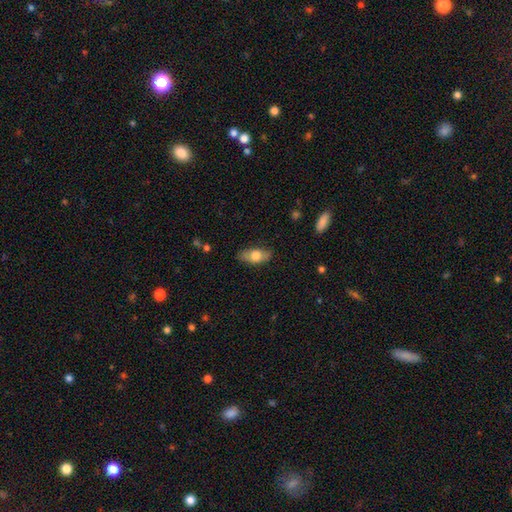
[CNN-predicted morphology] A smooth galaxy with no disk features (71%) that is in between round and cigar-shaped (85%).

Vote fractions:
- Smooth or featured? smooth: 71% / featured or disk: 22% / star or artifact: 6%
- How rounded? in between: 85% / cigar-shaped: 11% / round: 4%
- Merging? none: 81% / minor disturbance: 15% / major disturbance: 3% / merger: 1%